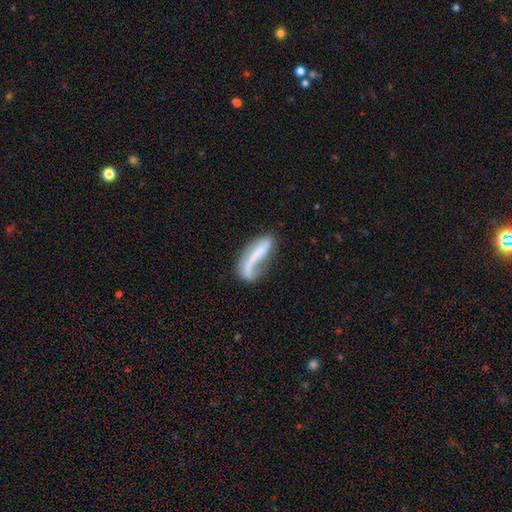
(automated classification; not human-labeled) Smooth or featured? Predicted: featured or disk (p=0.48). Merging? Predicted: none (p=0.37).